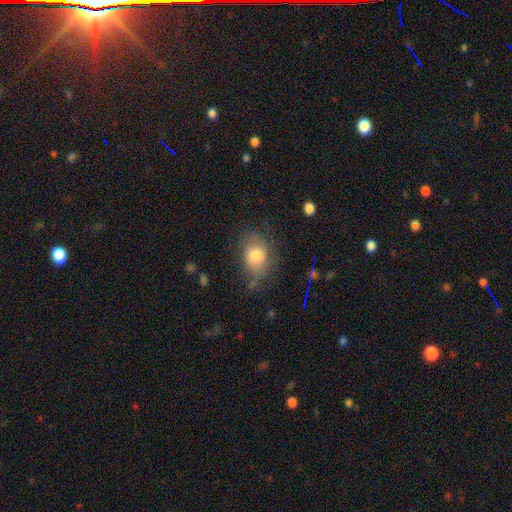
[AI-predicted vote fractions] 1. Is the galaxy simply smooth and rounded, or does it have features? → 74% smooth, 17% featured or disk, 10% star or artifact.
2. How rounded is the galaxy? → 73% in between, 26% round, 1% cigar-shaped.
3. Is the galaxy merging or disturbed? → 62% none, 26% minor disturbance, 10% major disturbance, 2% merger.